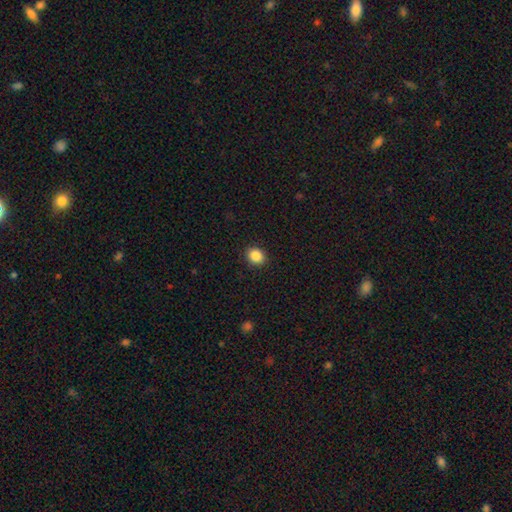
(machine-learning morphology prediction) This appears to be a smooth galaxy with no disk features (87%) that is round (69%). Merging: none (91%).